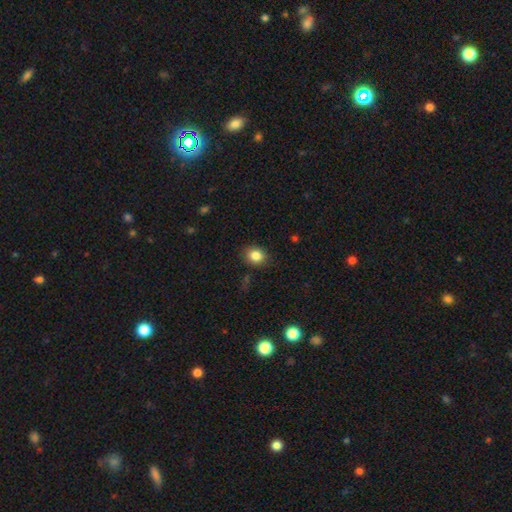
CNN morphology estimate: The model was most divided on "how rounded": round: 53%, in between: 46%, cigar-shaped: 1%. More confident: smooth or featured — smooth (85%); merging — none (84%).